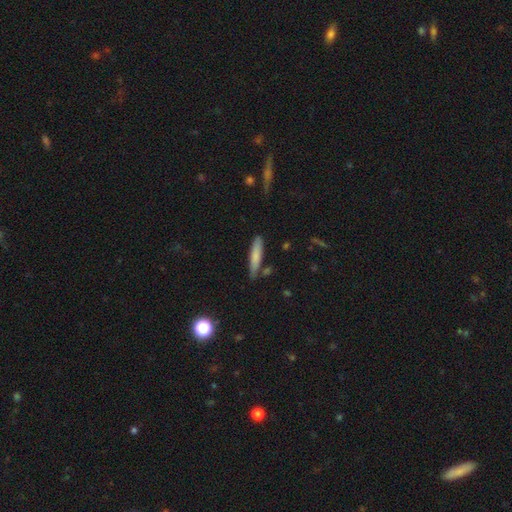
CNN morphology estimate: The model was most divided on "smooth or featured": smooth: 77%, featured or disk: 17%, star or artifact: 6%. More confident: how rounded — cigar-shaped (86%); merging — none (79%).